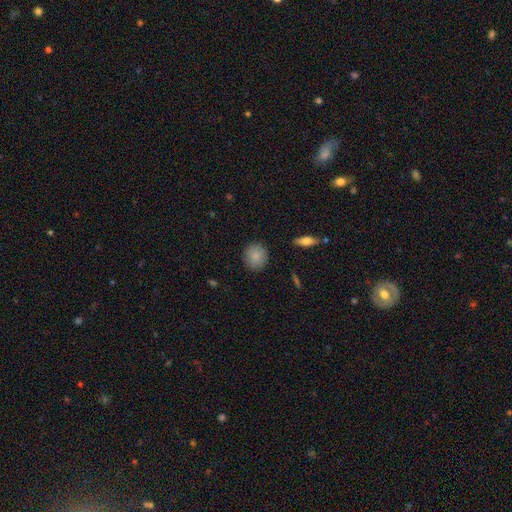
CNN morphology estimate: Smooth or featured? Predicted: smooth (p=0.86). How rounded? Predicted: round (p=0.85). Merging? Predicted: none (p=0.89).